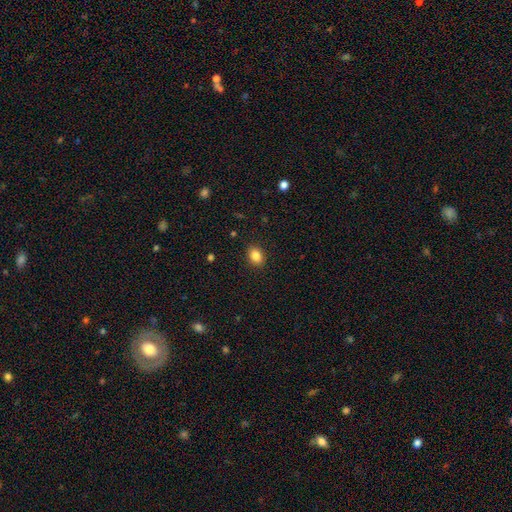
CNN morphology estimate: Overall: smooth (86%). How rounded: in between (65%; round 34%). Merging: none (89%).